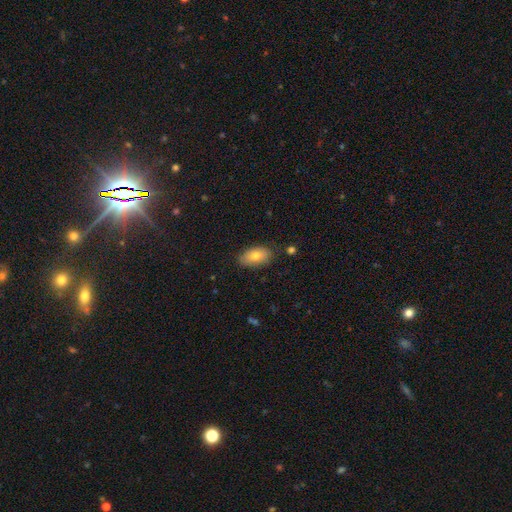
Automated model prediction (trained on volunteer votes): Q: Smooth or featured?
A: smooth (77%); runner-up: featured or disk (15%)
Q: How rounded?
A: in between (92%); runner-up: round (5%)
Q: Merging?
A: none (82%); runner-up: minor disturbance (14%)